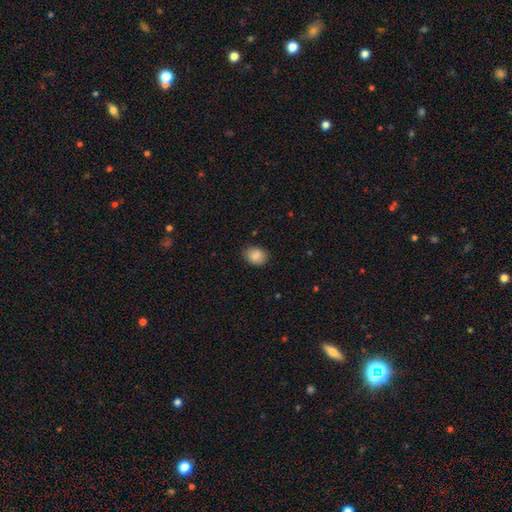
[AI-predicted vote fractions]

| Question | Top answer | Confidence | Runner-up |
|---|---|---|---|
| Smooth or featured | smooth | 88% | star or artifact (8%) |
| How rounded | in between | 66% | round (33%) |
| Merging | none | 84% | minor disturbance (12%) |